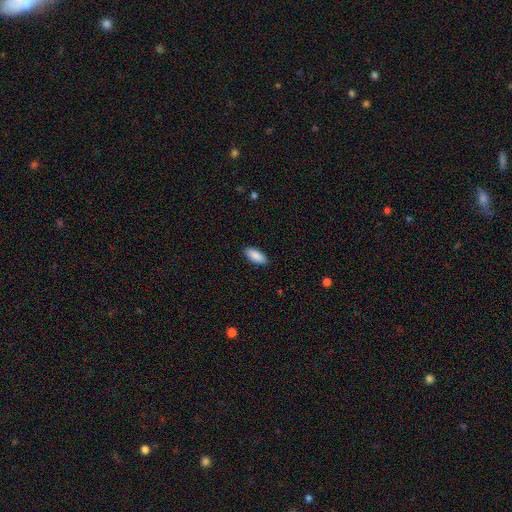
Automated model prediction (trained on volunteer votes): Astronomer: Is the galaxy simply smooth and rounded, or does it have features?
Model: smooth — 90%.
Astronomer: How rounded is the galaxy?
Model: in between — 87%.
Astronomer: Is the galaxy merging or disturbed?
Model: none — 89%.